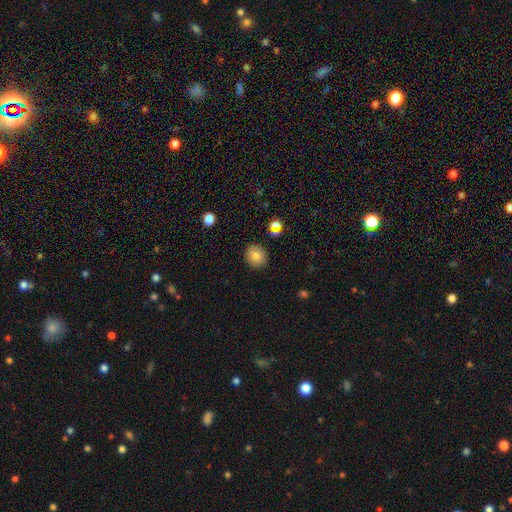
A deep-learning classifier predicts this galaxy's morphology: smooth-or-featured: smooth: 80% | star or artifact: 10% | featured or disk: 9%
  how-rounded: round: 81% | in between: 18% | cigar-shaped: 1%
  merging: none: 89% | minor disturbance: 7% | major disturbance: 2% | merger: 2%